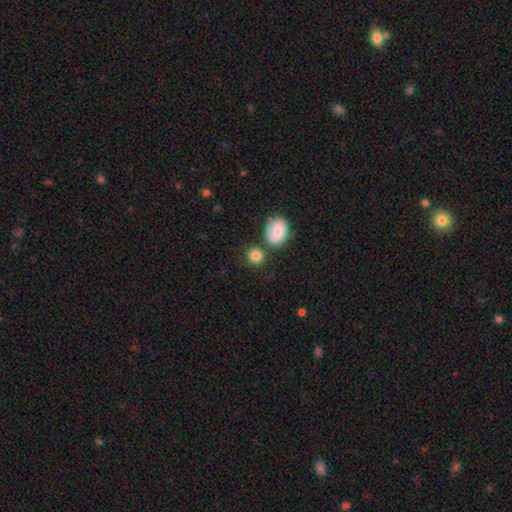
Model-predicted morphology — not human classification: Q: Smooth or featured?
A: smooth (85%); runner-up: star or artifact (9%)
Q: How rounded?
A: round (84%); runner-up: in between (15%)
Q: Merging?
A: none (71%); runner-up: merger (14%)